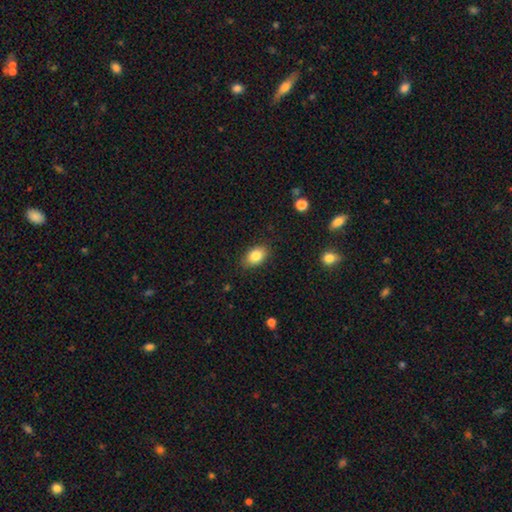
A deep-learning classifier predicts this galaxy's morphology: This is clearly a smooth galaxy (84%). How rounded: clearly in between (82%). Merging: clearly none (85%).